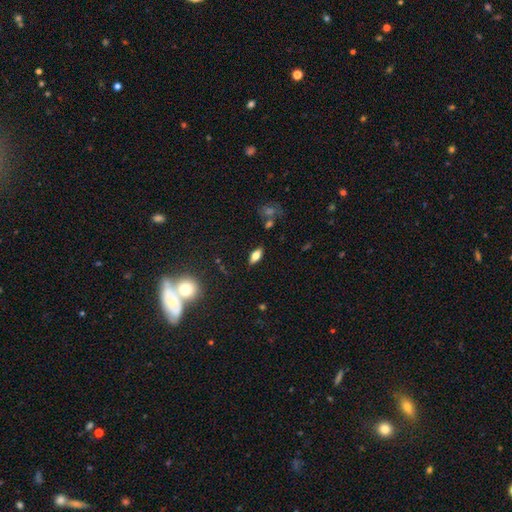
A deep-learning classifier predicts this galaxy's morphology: Overall: smooth (61%; featured or disk 28%). How rounded: in between (77%). Merging: none (85%).